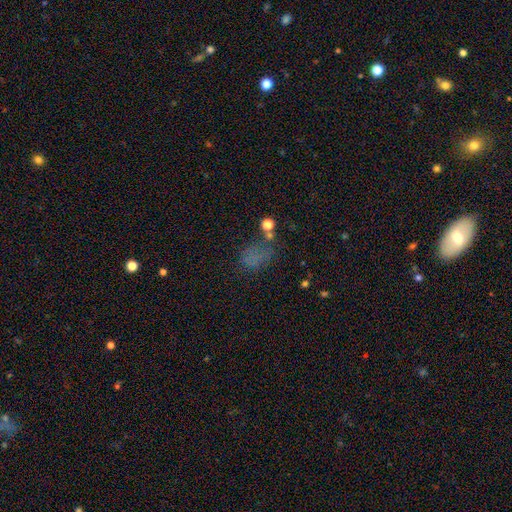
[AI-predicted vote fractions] Smooth or featured?
  - smooth: 46% *
  - star or artifact: 37%
  - featured or disk: 17%
Merging?
  - none: 48% *
  - major disturbance: 22%
  - minor disturbance: 19%
  - merger: 11%